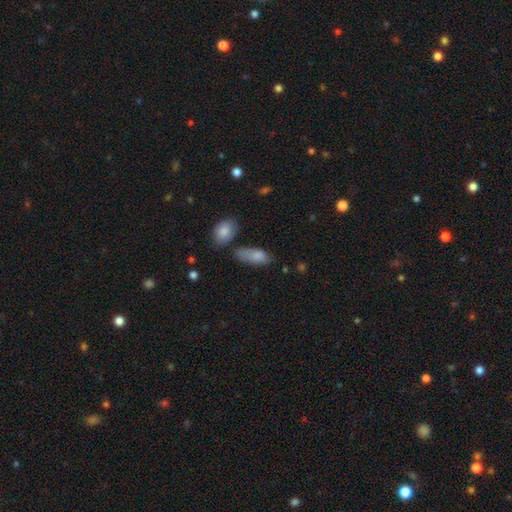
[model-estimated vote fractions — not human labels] A smooth galaxy with no disk features (83%) that is in between round and cigar-shaped (84%).

Vote fractions:
- Smooth or featured? smooth: 83% / featured or disk: 10% / star or artifact: 7%
- How rounded? in between: 84% / cigar-shaped: 12% / round: 4%
- Merging? none: 49% / minor disturbance: 28% / merger: 13% / major disturbance: 10%